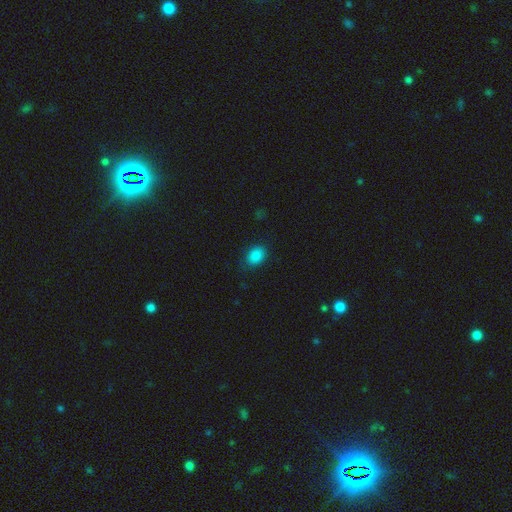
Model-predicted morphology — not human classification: This appears to be a smooth galaxy with no disk features (86%) that is in between round and cigar-shaped (72%). Merging: none (81%).